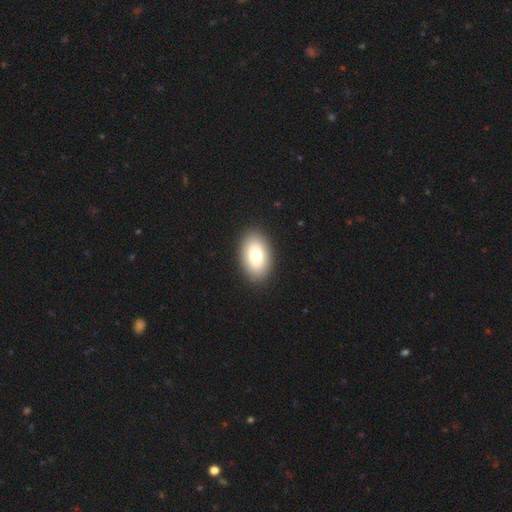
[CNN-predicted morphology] Smooth or featured?
  - smooth: 75% *
  - featured or disk: 17%
  - star or artifact: 7%
How rounded?
  - in between: 90% *
  - round: 8%
  - cigar-shaped: 1%
Merging?
  - none: 89% *
  - minor disturbance: 7%
  - major disturbance: 2%
  - merger: 1%